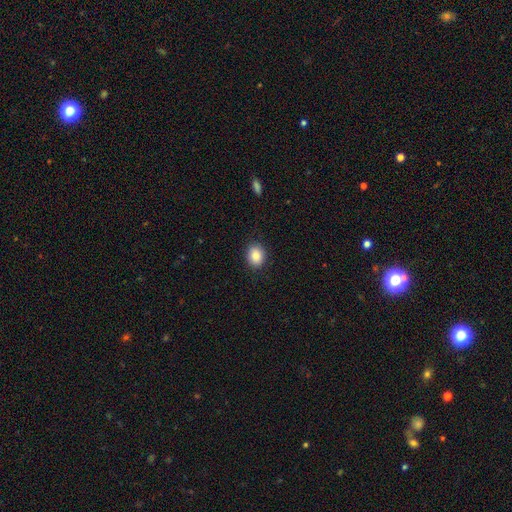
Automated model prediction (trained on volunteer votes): A smooth galaxy with no disk features (88%) that is in between round and cigar-shaped (50%).

Vote fractions:
- Smooth or featured? smooth: 88% / star or artifact: 8% / featured or disk: 4%
- How rounded? in between: 50% / round: 49% / cigar-shaped: 1%
- Merging? none: 88% / minor disturbance: 9% / major disturbance: 2% / merger: 1%